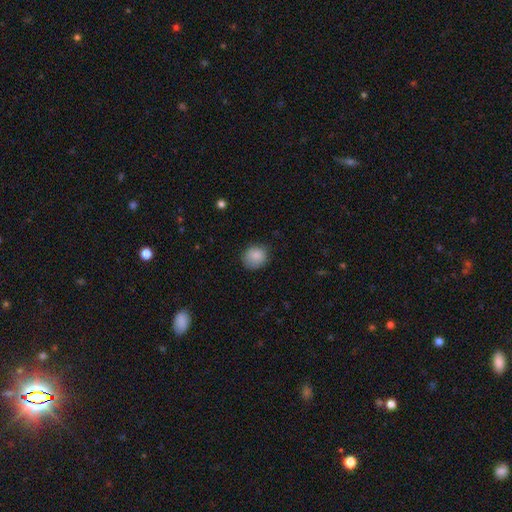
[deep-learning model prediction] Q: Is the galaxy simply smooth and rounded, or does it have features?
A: smooth — 86%.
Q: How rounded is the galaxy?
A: round — 76%.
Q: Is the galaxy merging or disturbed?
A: none — 77%.